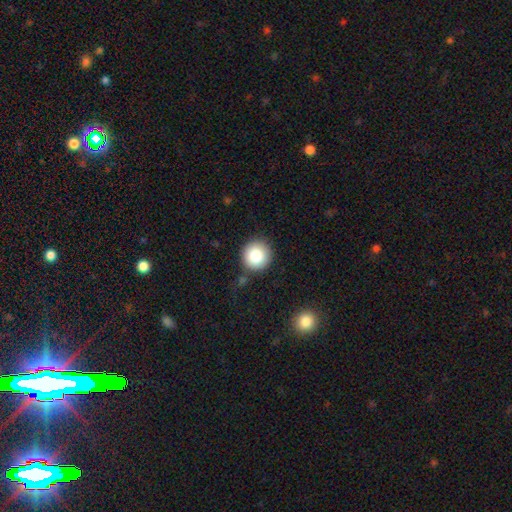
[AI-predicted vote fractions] The model was most divided on "smooth or featured": smooth: 82%, star or artifact: 10%, featured or disk: 8%. More confident: how rounded — round (95%); merging — none (86%).